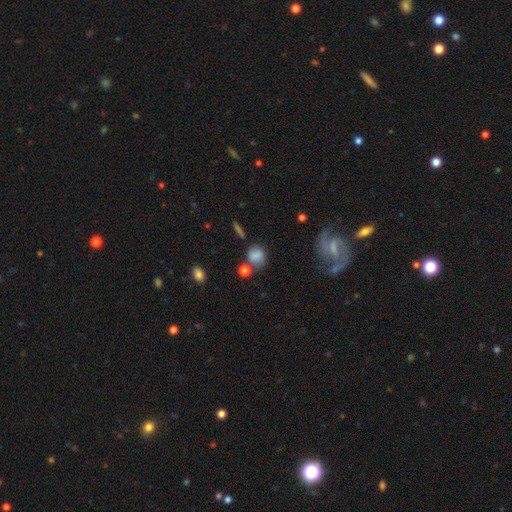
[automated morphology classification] This appears to be a smooth galaxy with no disk features (77%) that is round (70%). Merging: none (59%).